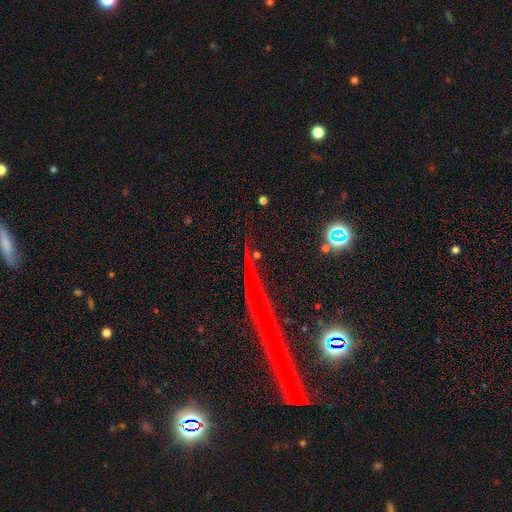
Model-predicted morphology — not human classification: smooth-or-featured: star or artifact: 64% | featured or disk: 23% | smooth: 13%